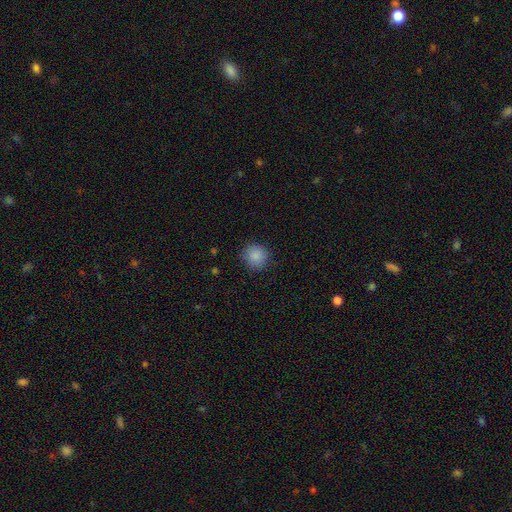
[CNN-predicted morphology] smooth_or_featured: smooth (p=0.87) [alt: star or artifact p=0.09]
how_rounded: round (p=0.90) [alt: in between p=0.09]
merging: none (p=0.86) [alt: minor disturbance p=0.10]